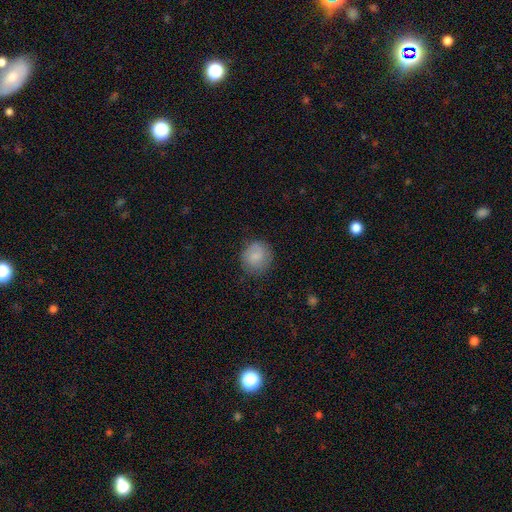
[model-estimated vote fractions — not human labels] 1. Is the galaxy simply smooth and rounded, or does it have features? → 72% smooth, 21% featured or disk, 8% star or artifact.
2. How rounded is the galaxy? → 89% round, 10% in between, 1% cigar-shaped.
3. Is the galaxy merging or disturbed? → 82% none, 13% minor disturbance, 4% major disturbance, 1% merger.